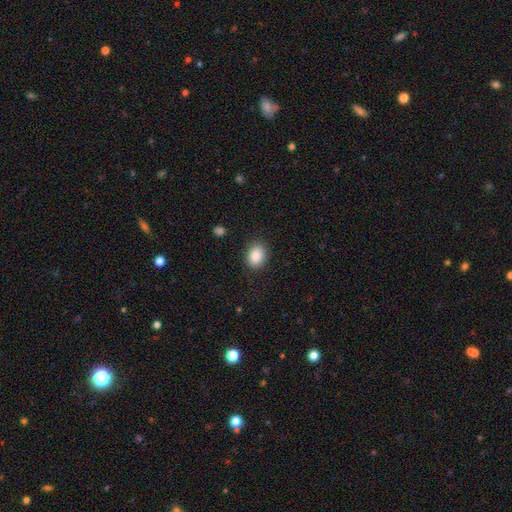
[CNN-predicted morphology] A smooth galaxy with no disk features (86%) that is in between round and cigar-shaped (51%).

Vote fractions:
- Smooth or featured? smooth: 86% / star or artifact: 8% / featured or disk: 5%
- How rounded? in between: 51% / round: 48% / cigar-shaped: 1%
- Merging? none: 86% / minor disturbance: 10% / major disturbance: 3% / merger: 1%